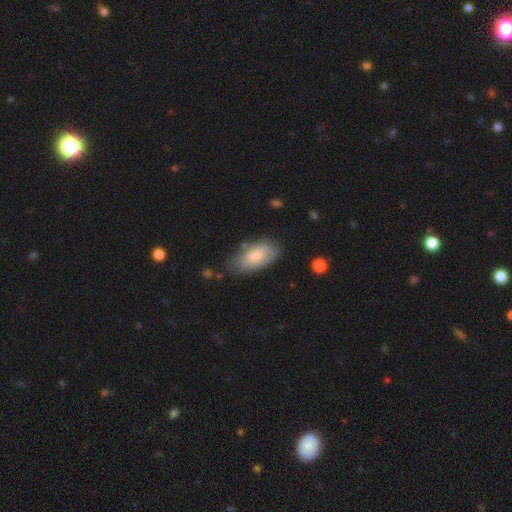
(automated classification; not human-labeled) Smooth or featured? smooth (73%)
How rounded? in between (92%)
Merging? none (68%)